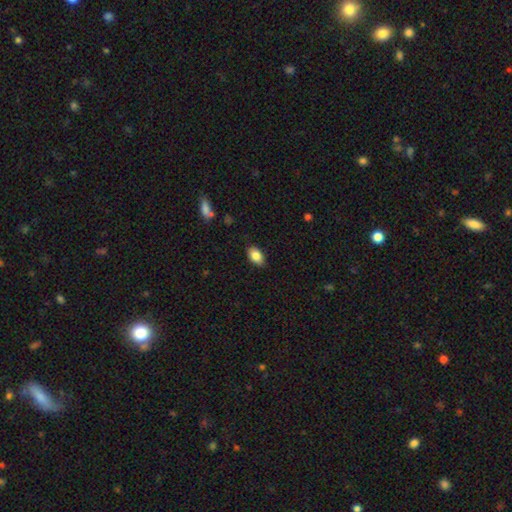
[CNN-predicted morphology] This appears to be a smooth galaxy with no disk features (85%) that is in between round and cigar-shaped (90%). Merging: none (86%).